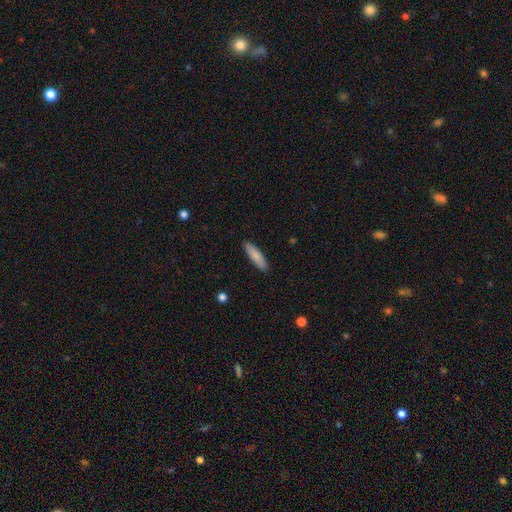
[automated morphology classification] A smooth galaxy with no disk features (84%) that is cigar-shaped (67%). Merging: none (90%).